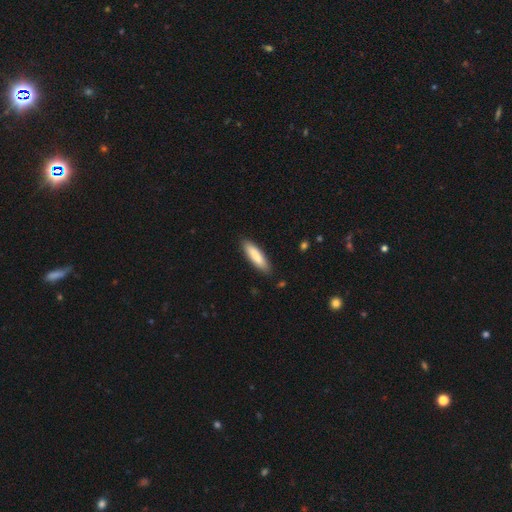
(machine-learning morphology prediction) smooth_or_featured: smooth (p=0.85) [alt: featured or disk p=0.10]
how_rounded: cigar-shaped (p=0.68) [alt: in between p=0.31]
merging: none (p=0.88) [alt: minor disturbance p=0.09]